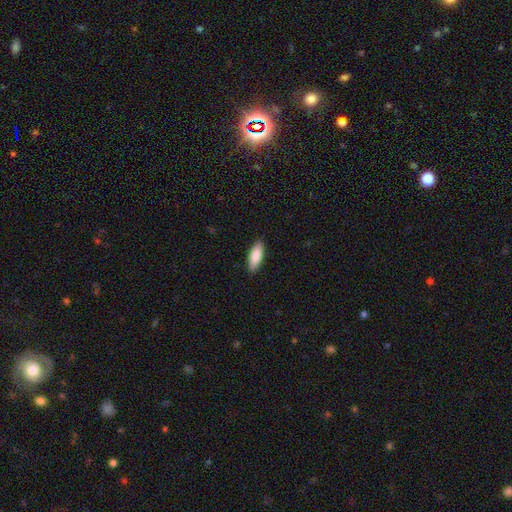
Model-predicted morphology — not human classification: The model was most divided on "how rounded": in between: 66%, cigar-shaped: 32%, round: 2%. More confident: merging — none (89%); smooth or featured — smooth (85%).